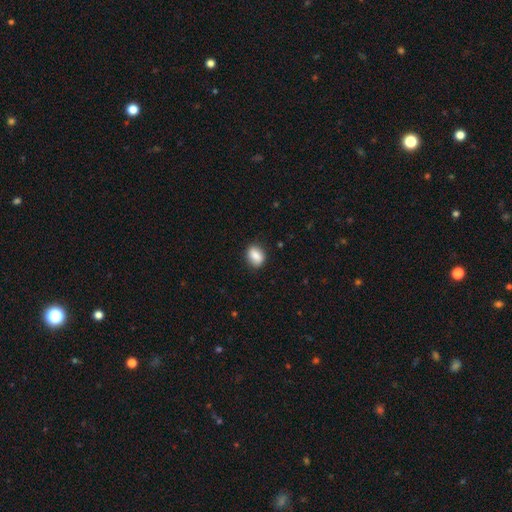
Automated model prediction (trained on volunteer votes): Q: Smooth or featured?
A: smooth (85%); runner-up: featured or disk (8%)
Q: How rounded?
A: in between (72%); runner-up: round (26%)
Q: Merging?
A: none (84%); runner-up: minor disturbance (12%)